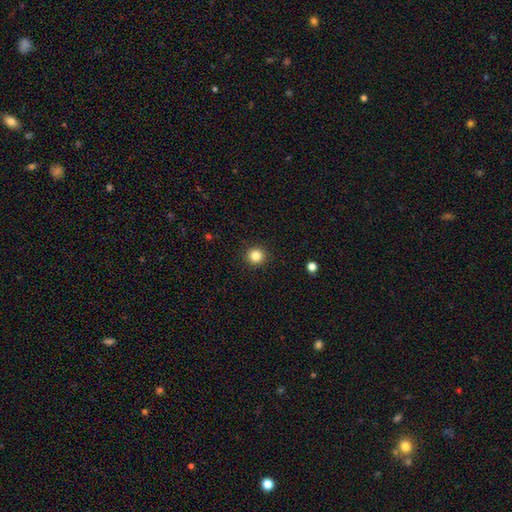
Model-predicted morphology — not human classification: This appears to be a smooth galaxy with no disk features (84%) that is round (93%). Merging: none (92%).